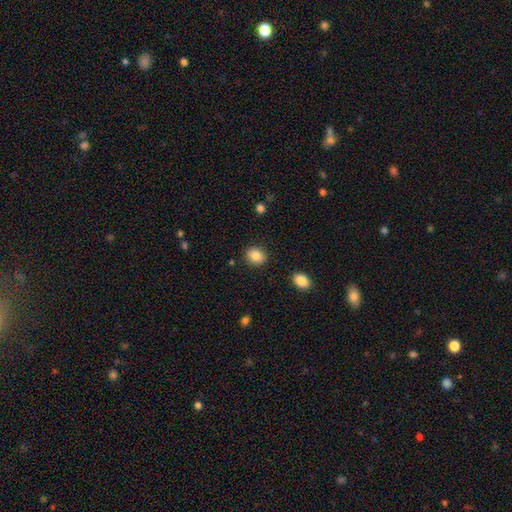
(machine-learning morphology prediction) smooth-or-featured: smooth: 85% | star or artifact: 9% | featured or disk: 6%
  how-rounded: round: 69% | in between: 30% | cigar-shaped: 1%
  merging: none: 89% | minor disturbance: 8% | major disturbance: 2% | merger: 2%